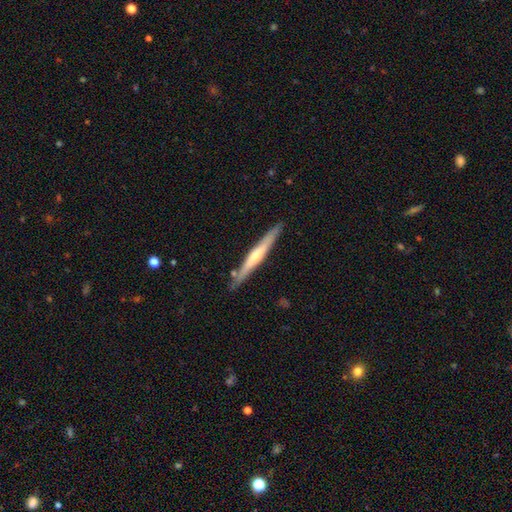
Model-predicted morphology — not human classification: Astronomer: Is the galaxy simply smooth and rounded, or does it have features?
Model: featured or disk — 62%.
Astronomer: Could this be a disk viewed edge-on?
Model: yes — 96%.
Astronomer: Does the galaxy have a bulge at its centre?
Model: rounded — 68%.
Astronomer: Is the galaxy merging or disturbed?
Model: none — 86%.